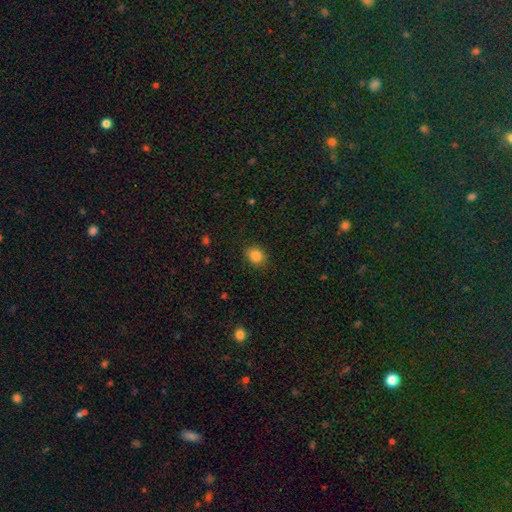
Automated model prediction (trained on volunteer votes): The model was most divided on "how rounded": round: 62%, in between: 37%, cigar-shaped: 1%. More confident: merging — none (87%); smooth or featured — smooth (85%).